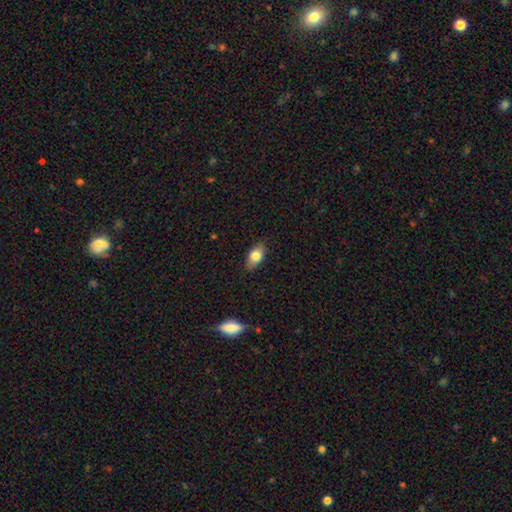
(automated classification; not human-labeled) This is likely a smooth galaxy (79%). How rounded: clearly in between (88%). Merging: clearly none (85%).